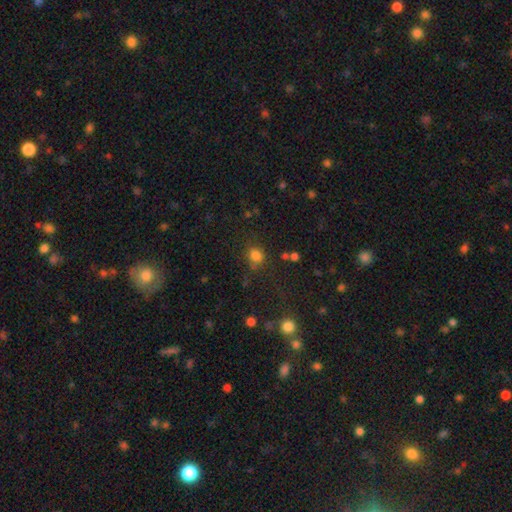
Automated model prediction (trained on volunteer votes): Overall: smooth (76%). How rounded: round (72%). Merging: none (65%).